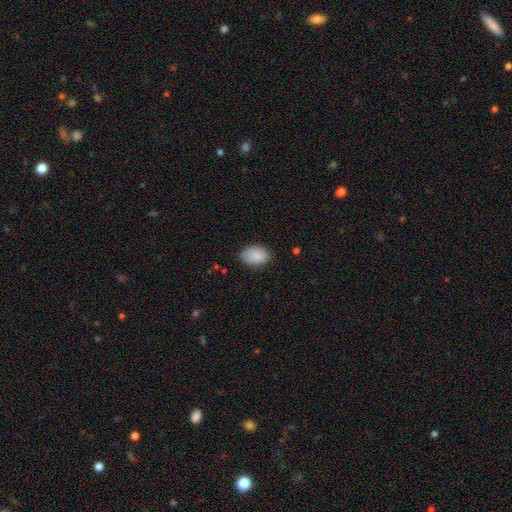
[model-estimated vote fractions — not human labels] Overall: smooth (84%). How rounded: in between (87%). Merging: none (73%).